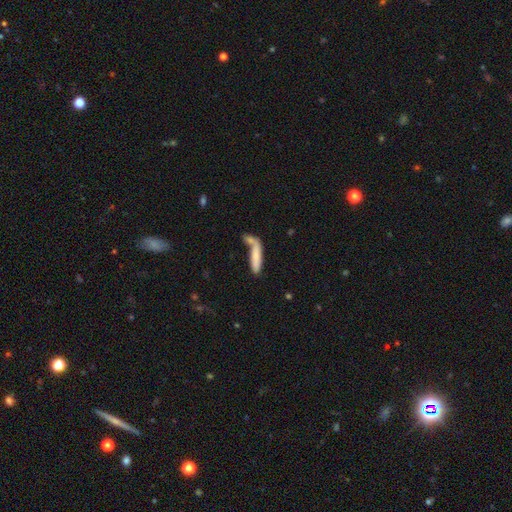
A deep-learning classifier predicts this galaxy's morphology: A smooth galaxy with no disk features (74%) that is cigar-shaped (78%).

Vote fractions:
- Smooth or featured? smooth: 74% / featured or disk: 18% / star or artifact: 7%
- How rounded? cigar-shaped: 78% / in between: 20% / round: 2%
- Merging? merger: 39% / none: 37% / minor disturbance: 15% / major disturbance: 9%